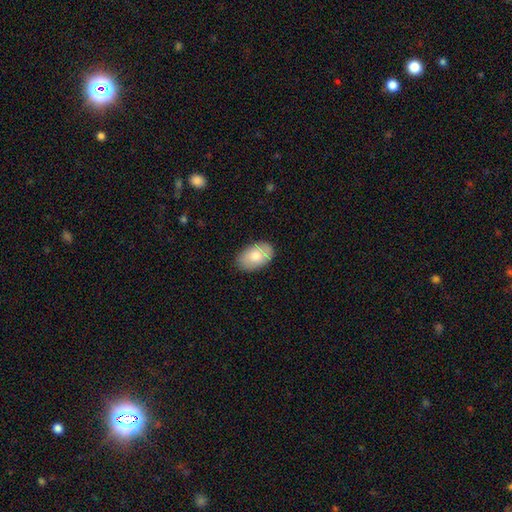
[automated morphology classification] The model was most divided on "smooth or featured": smooth: 74%, featured or disk: 20%, star or artifact: 6%. More confident: how rounded — in between (92%); merging — none (82%).